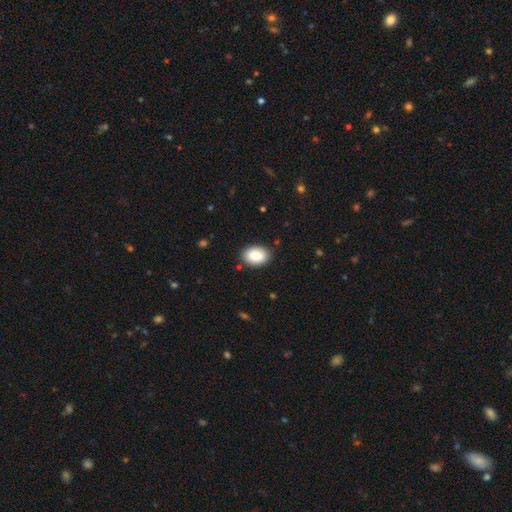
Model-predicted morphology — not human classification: This is clearly a smooth galaxy (86%). How rounded: clearly in between (80%). Merging: clearly none (88%).